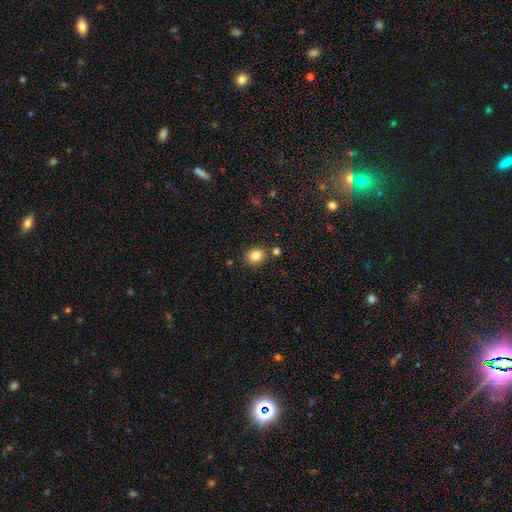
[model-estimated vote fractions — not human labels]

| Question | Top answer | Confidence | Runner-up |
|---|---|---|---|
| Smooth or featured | smooth | 83% | star or artifact (11%) |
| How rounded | round | 65% | in between (34%) |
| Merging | none | 79% | minor disturbance (10%) |